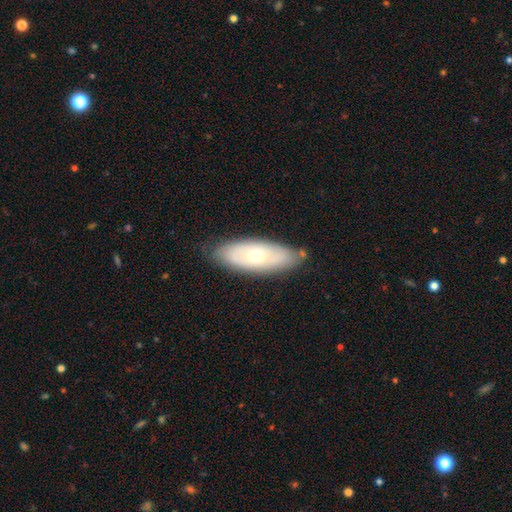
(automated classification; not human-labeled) Smooth or featured? featured or disk (47%, tied with smooth)
Merging? none (79%)